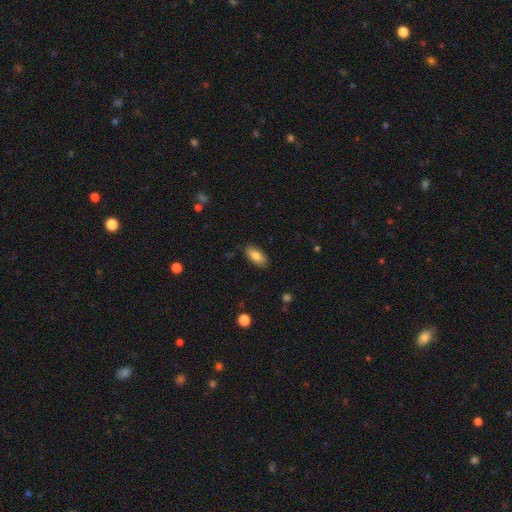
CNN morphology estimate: Smooth or featured? Predicted: smooth (p=0.83). How rounded? Predicted: in between (p=0.87). Merging? Predicted: none (p=0.86).